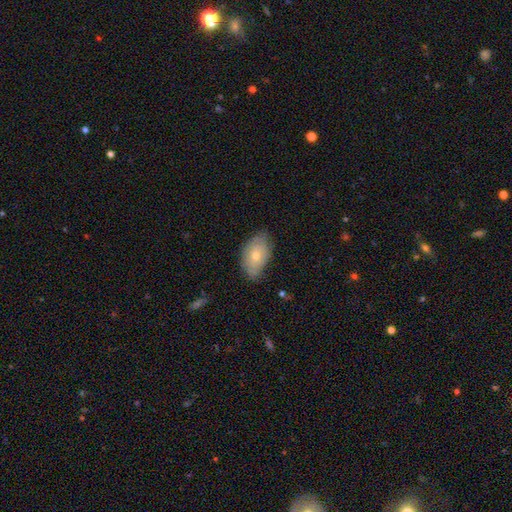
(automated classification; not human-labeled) Q: Smooth or featured?
A: smooth (55%); runner-up: featured or disk (37%)
Q: How rounded?
A: in between (91%); runner-up: round (7%)
Q: Merging?
A: none (71%); runner-up: minor disturbance (23%)